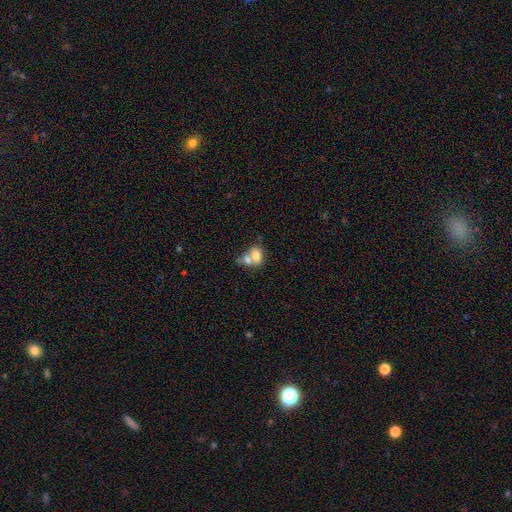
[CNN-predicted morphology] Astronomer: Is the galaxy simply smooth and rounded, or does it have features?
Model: smooth — 72%.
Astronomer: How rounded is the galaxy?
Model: in between — 77%.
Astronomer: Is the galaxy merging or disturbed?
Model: merger — 62%.